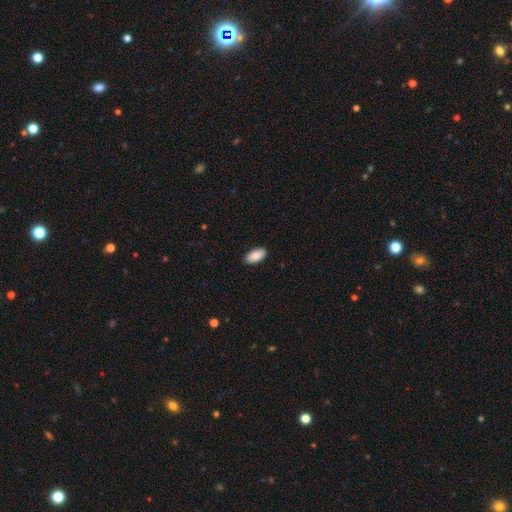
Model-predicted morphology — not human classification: This appears to be a smooth galaxy with no disk features (90%) that is in between round and cigar-shaped (94%). Merging: none (90%).